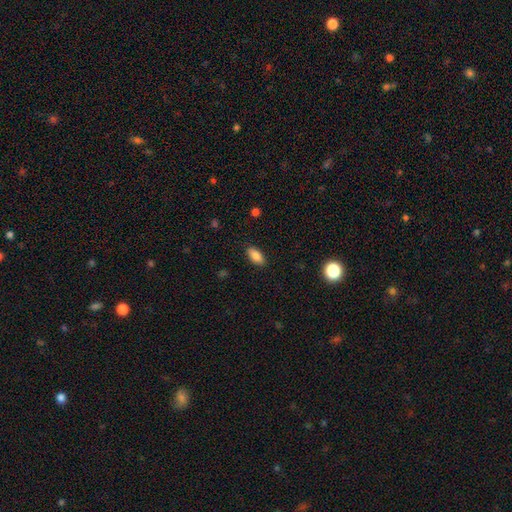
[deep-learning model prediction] Smooth or featured? smooth (86%)
How rounded? in between (90%)
Merging? none (87%)